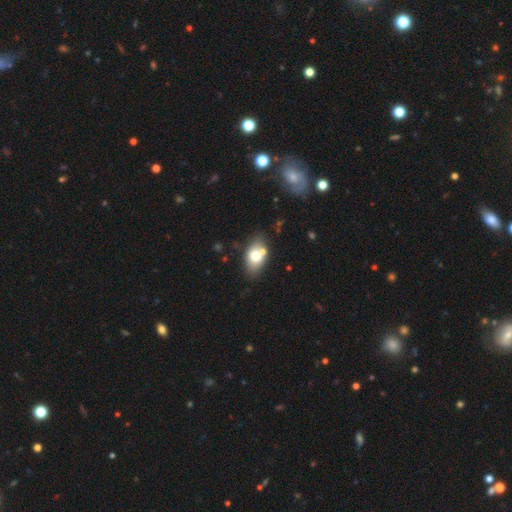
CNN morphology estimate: This appears to be a smooth galaxy with no disk features (70%) that is in between round and cigar-shaped (86%). Merging: none (68%).